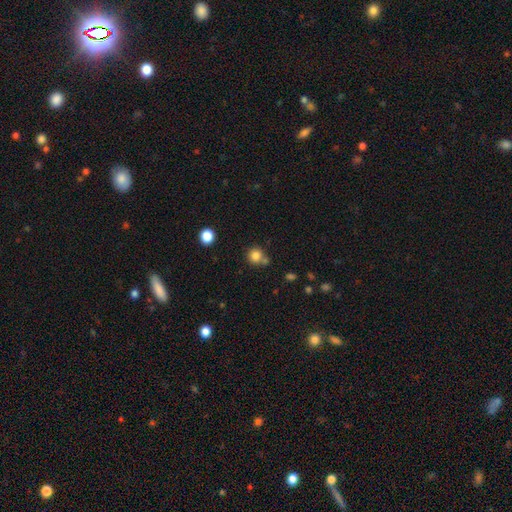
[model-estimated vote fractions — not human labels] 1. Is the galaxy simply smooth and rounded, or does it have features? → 81% smooth, 12% star or artifact, 7% featured or disk.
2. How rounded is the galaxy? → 91% round, 8% in between, 1% cigar-shaped.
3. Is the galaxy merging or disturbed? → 65% none, 21% merger, 10% minor disturbance, 3% major disturbance.